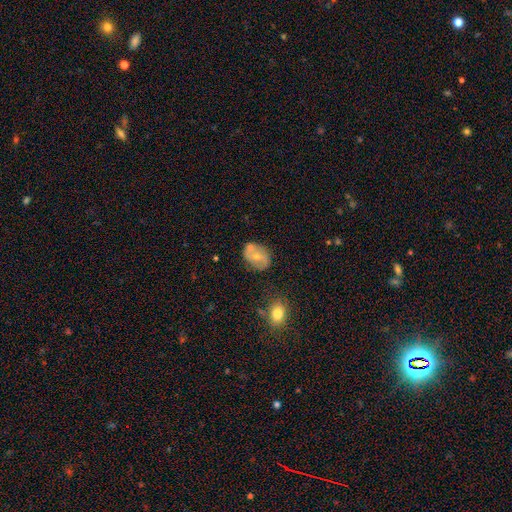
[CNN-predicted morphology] type=smooth (48%); merging=none (59%).